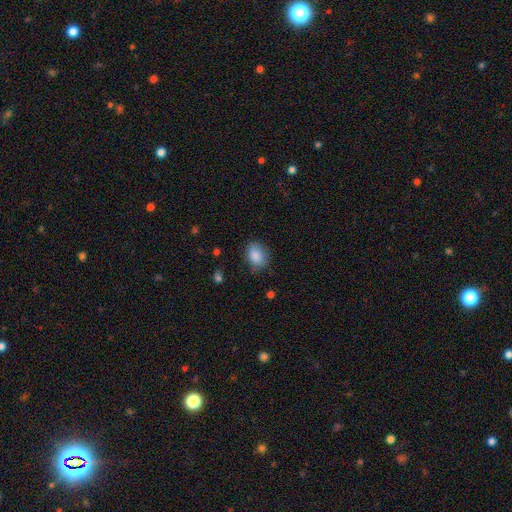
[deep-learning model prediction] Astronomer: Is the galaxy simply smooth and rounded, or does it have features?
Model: smooth — 87%.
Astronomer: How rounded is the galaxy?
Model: in between — 70%.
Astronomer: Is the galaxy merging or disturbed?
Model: none — 74%.